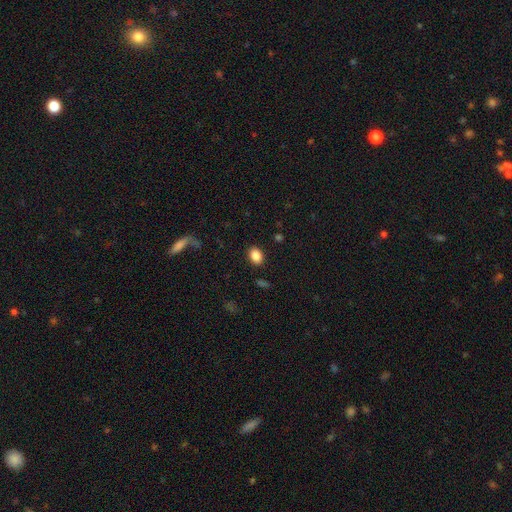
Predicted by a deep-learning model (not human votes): Smooth or featured? smooth (87%)
How rounded? in between (75%)
Merging? none (88%)